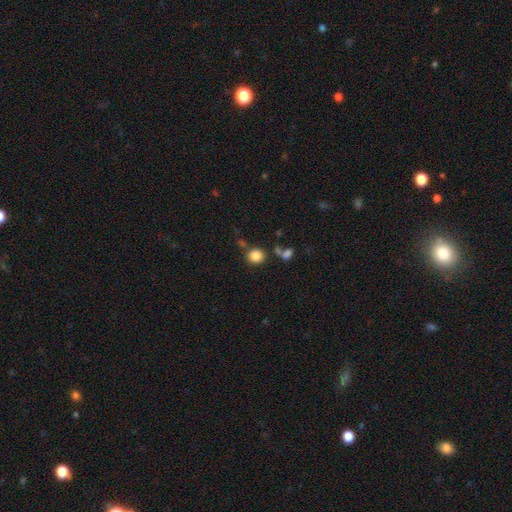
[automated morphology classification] A smooth galaxy with no disk features (84%) that is round (86%). Merging: none (75%).